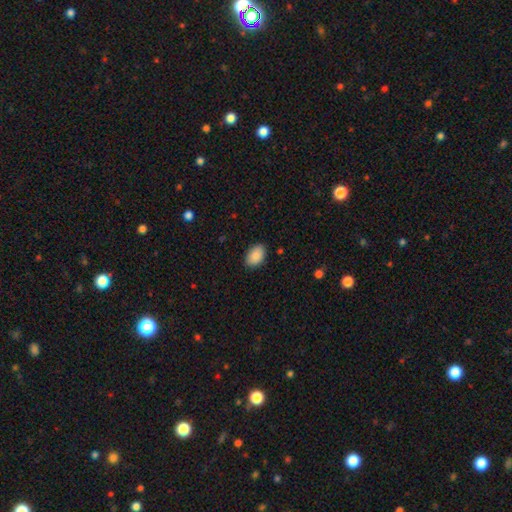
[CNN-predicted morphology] This appears to be a smooth galaxy with no disk features (90%) that is in between round and cigar-shaped (90%). Merging: none (87%).